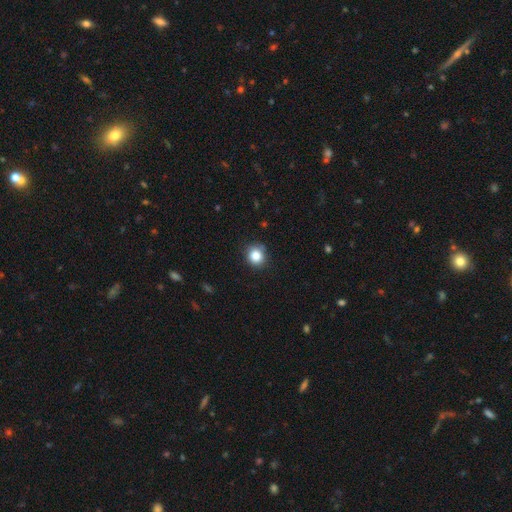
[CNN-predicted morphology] smooth 84%, star or artifact 11%, featured or disk 5%. Down the decision tree: how rounded — round (86%); merging — none (83%).